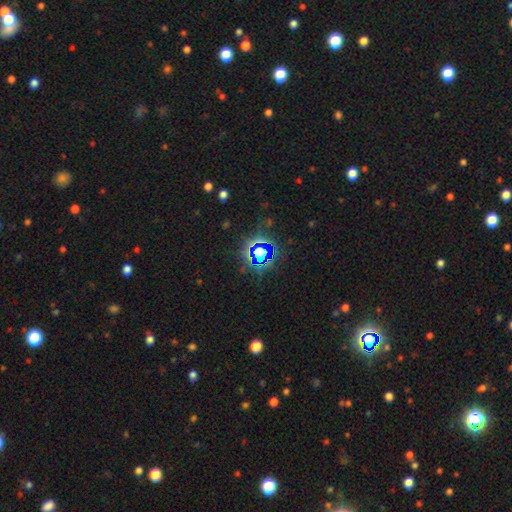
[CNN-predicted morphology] Smooth or featured?
  - star or artifact: 68% *
  - smooth: 21%
  - featured or disk: 11%